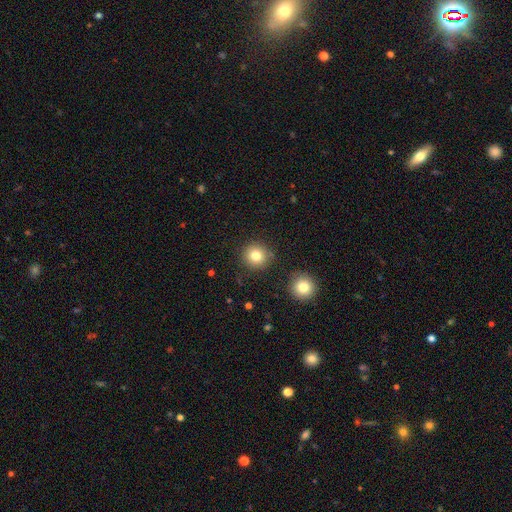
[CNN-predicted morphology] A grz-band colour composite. It shows a smooth galaxy with no disk features (81%) that is round (94%). Merging: none (85%).